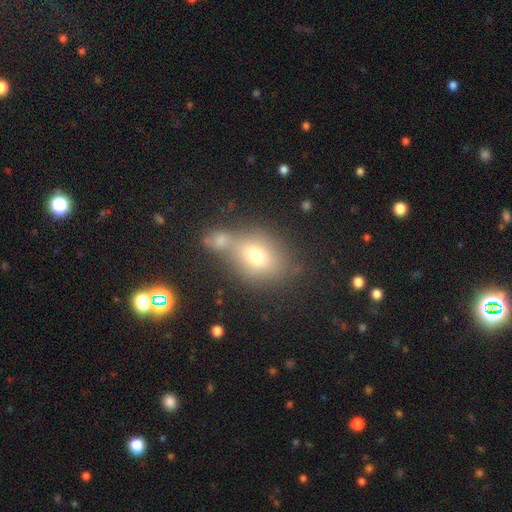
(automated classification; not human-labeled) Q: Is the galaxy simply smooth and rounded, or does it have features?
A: smooth — 71%.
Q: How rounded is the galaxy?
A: in between — 55%.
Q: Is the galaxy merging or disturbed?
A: none — 45%.